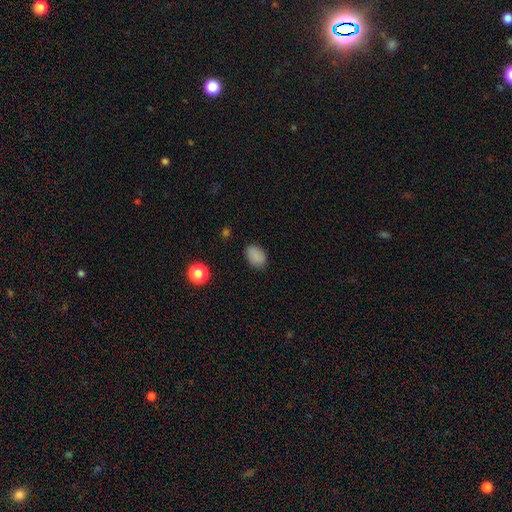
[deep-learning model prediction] This is clearly a smooth galaxy (86%). How rounded: clearly in between (84%). Merging: clearly none (84%).